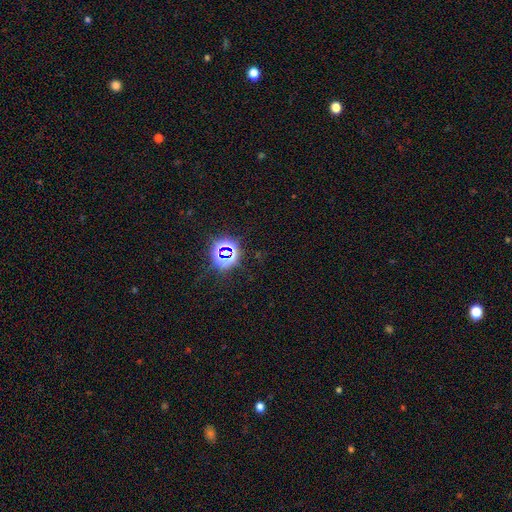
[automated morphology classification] smooth-or-featured: star or artifact: 77% | smooth: 15% | featured or disk: 8%